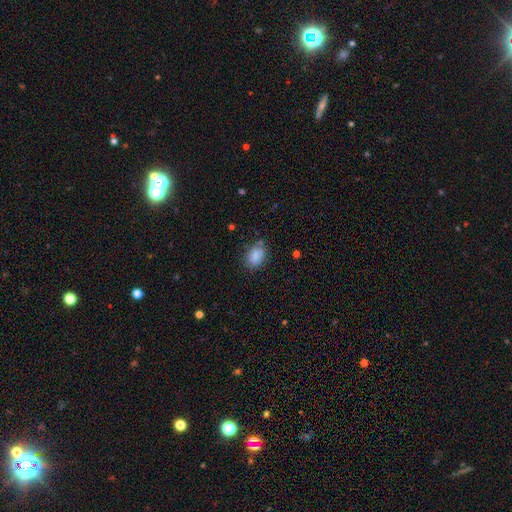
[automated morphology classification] smooth_or_featured: smooth (p=0.84) [alt: star or artifact p=0.09]
how_rounded: in between (p=0.73) [alt: round p=0.25]
merging: none (p=0.72) [alt: minor disturbance p=0.20]